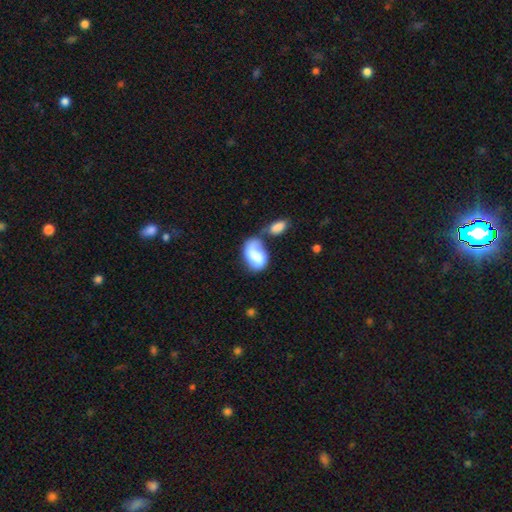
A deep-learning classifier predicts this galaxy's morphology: Smooth or featured: smooth — 72% (featured or disk — 21%)
How rounded: in between — 89% (round — 9%)
Merging: merger — 44% (none — 21%)